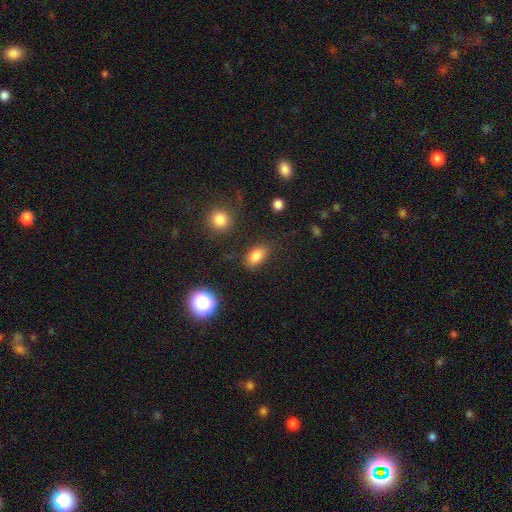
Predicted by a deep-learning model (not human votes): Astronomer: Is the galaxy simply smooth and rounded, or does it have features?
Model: smooth — 79%.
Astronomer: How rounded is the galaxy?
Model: in between — 85%.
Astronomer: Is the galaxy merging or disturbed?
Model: none — 82%.